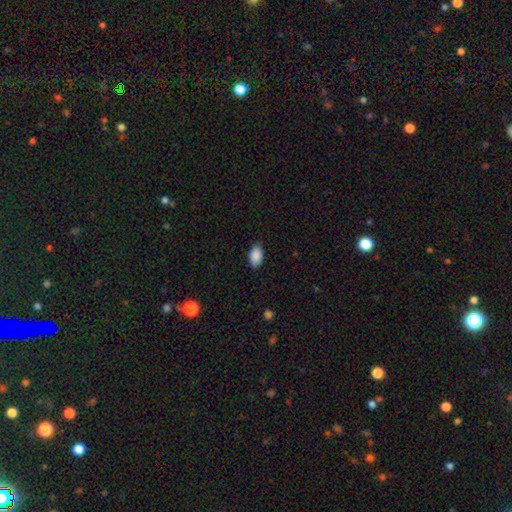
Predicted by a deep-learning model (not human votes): Morphology: type=smooth (89%); roundness=in between (91%); merging=none (85%).